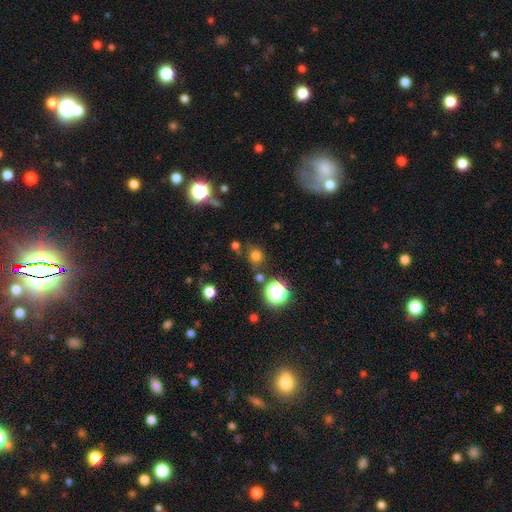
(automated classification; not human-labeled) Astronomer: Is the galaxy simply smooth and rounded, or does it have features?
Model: smooth — 71%.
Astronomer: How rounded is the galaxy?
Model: round — 87%.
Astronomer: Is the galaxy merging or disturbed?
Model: none — 77%.